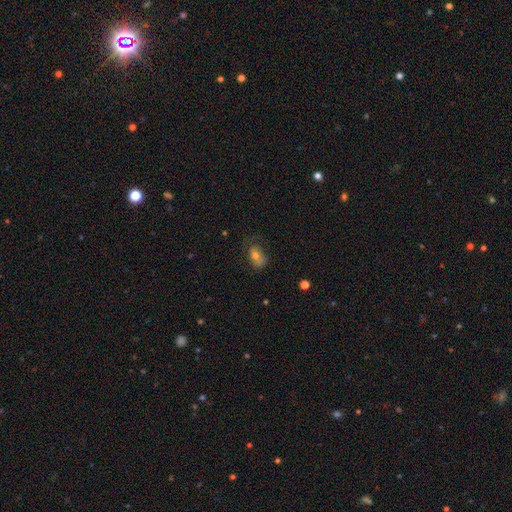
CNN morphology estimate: Smooth or featured? smooth (55%)
How rounded? in between (82%)
Merging? none (51%)